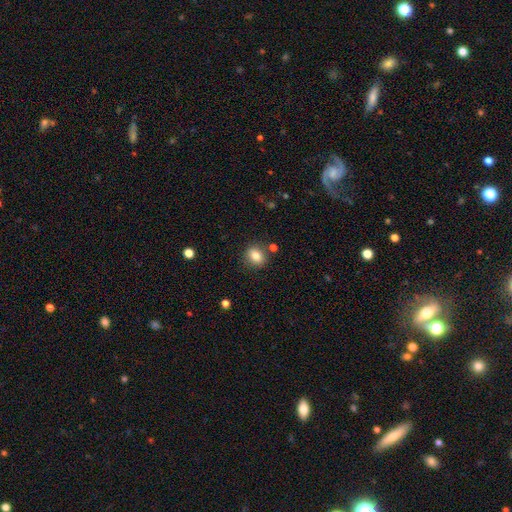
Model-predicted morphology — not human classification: Smooth or featured?
  - smooth: 82% *
  - star or artifact: 10%
  - featured or disk: 8%
How rounded?
  - round: 59% *
  - in between: 40%
  - cigar-shaped: 1%
Merging?
  - none: 83% *
  - minor disturbance: 10%
  - merger: 4%
  - major disturbance: 3%